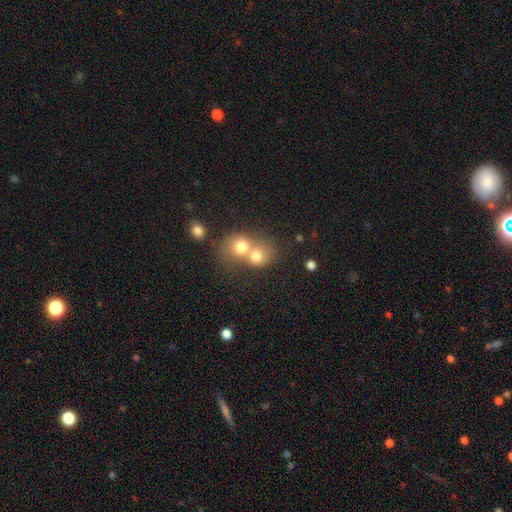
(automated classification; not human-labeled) Smooth or featured? Predicted: smooth (p=0.73). How rounded? Predicted: round (p=0.68). Merging? Predicted: merger (p=0.70).